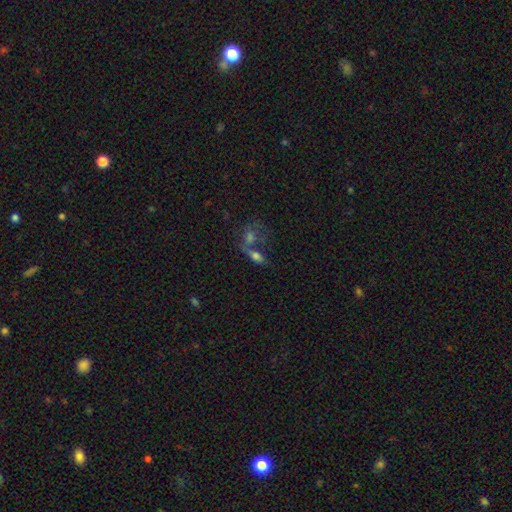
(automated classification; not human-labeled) smooth-or-featured: smooth: 45% | star or artifact: 29% | featured or disk: 25%
  merging: merger: 42% | none: 40% | minor disturbance: 10% | major disturbance: 8%